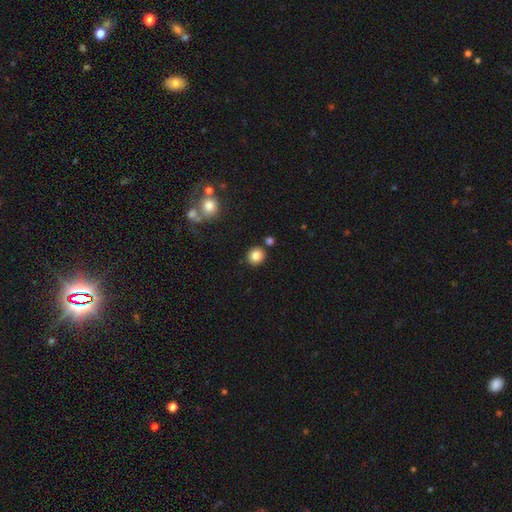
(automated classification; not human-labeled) Overall: smooth (84%). How rounded: round (88%). Merging: none (85%).